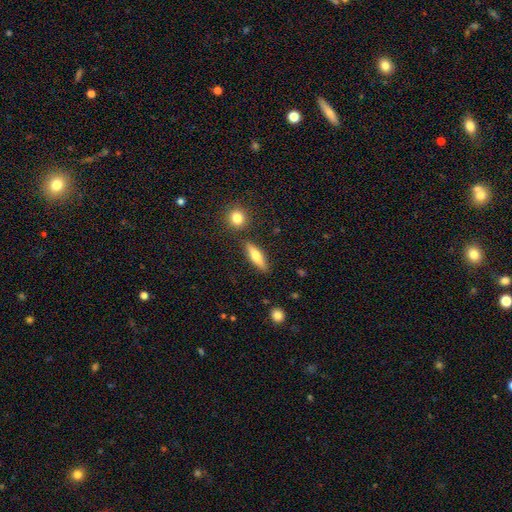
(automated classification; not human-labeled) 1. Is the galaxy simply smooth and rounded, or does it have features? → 63% smooth, 30% featured or disk, 7% star or artifact.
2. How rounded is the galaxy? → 60% cigar-shaped, 37% in between, 3% round.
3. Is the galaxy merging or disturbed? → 83% none, 10% minor disturbance, 5% merger, 3% major disturbance.